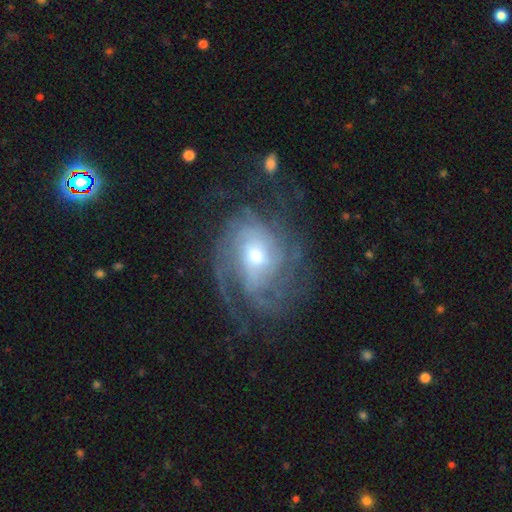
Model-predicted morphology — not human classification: type=featured or disk (84%); edge-on=no (97%); bar=no (67%); spiral arms=yes (94%); winding=tight (50%); arm count=can't tell (35%); bulge=moderate (54%); merging=none (61%).